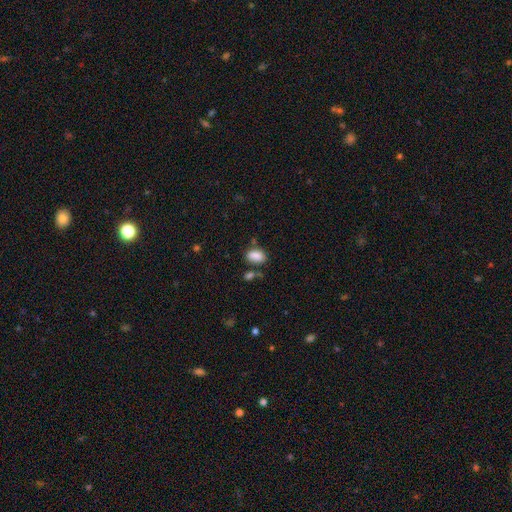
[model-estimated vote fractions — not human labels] A smooth galaxy with no disk features (86%) that is in between round and cigar-shaped (86%). Merging: none (64%).